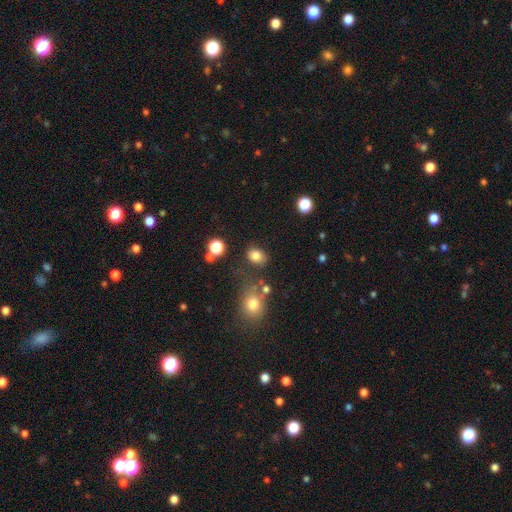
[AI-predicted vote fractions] A smooth galaxy with no disk features (81%) that is in between round and cigar-shaped (54%).

Vote fractions:
- Smooth or featured? smooth: 81% / star or artifact: 13% / featured or disk: 6%
- How rounded? in between: 54% / round: 45% / cigar-shaped: 1%
- Merging? none: 75% / minor disturbance: 14% / merger: 6% / major disturbance: 5%